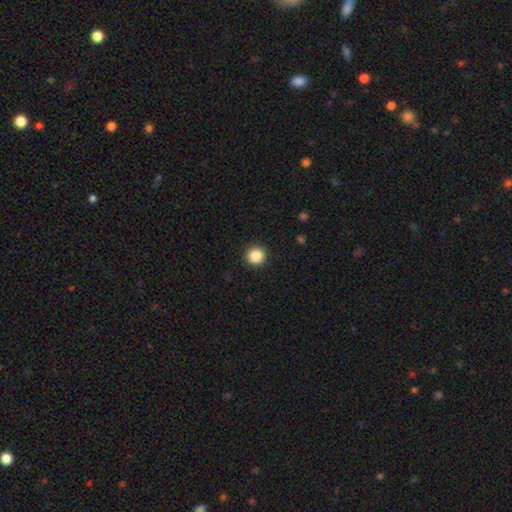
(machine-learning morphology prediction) Smooth or featured? smooth (87%)
How rounded? round (94%)
Merging? none (91%)